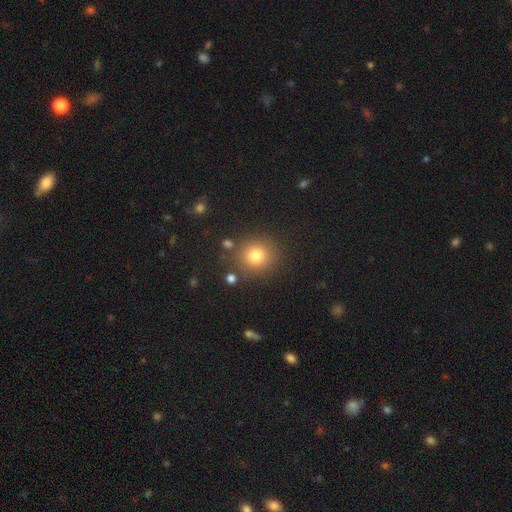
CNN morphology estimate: Smooth or featured? Predicted: smooth (p=0.78). How rounded? Predicted: round (p=0.89). Merging? Predicted: none (p=0.84).